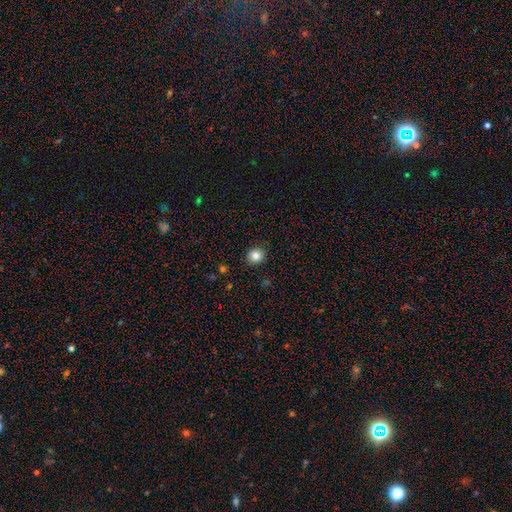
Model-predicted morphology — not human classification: A smooth galaxy with no disk features (83%) that is round (78%).

Vote fractions:
- Smooth or featured? smooth: 83% / star or artifact: 10% / featured or disk: 6%
- How rounded? round: 78% / in between: 22% / cigar-shaped: 1%
- Merging? none: 90% / minor disturbance: 7% / major disturbance: 2% / merger: 1%